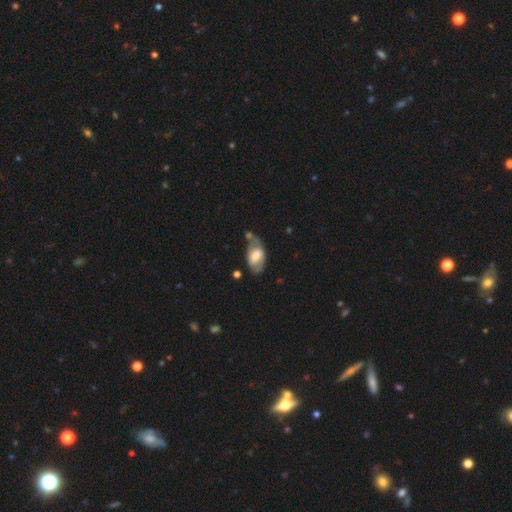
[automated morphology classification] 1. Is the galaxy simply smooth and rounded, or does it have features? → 51% smooth, 43% featured or disk, 6% star or artifact.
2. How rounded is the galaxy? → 92% in between, 5% round, 3% cigar-shaped.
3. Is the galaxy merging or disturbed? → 46% none, 28% minor disturbance, 13% merger, 12% major disturbance.